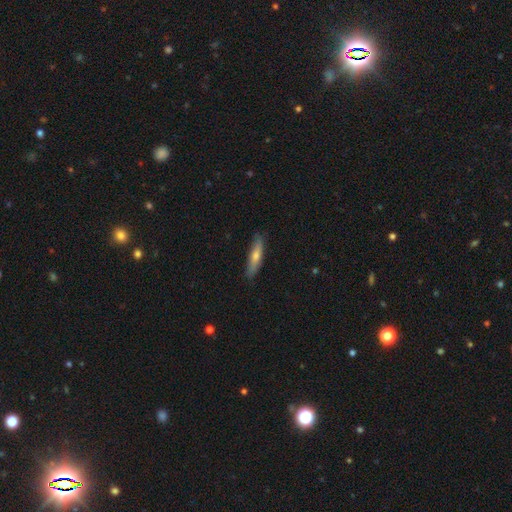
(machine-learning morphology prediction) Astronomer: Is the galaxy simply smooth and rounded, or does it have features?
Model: smooth — 58% (runner-up: featured or disk, 35%).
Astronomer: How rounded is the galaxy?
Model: cigar-shaped — 84%.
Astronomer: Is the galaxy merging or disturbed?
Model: none — 87%.